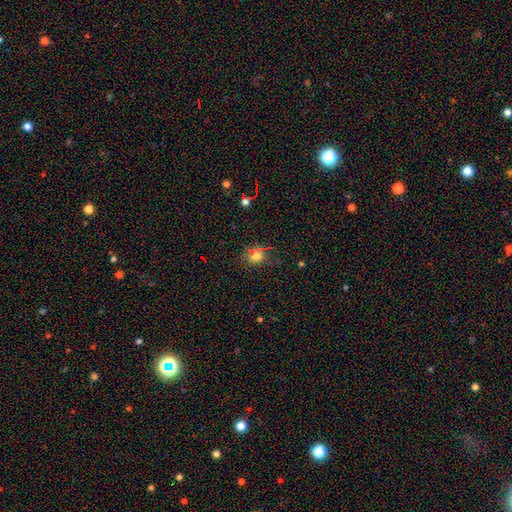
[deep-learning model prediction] This is likely a smooth galaxy (67%). How rounded: likely round (70%). Merging: likely none (75%).